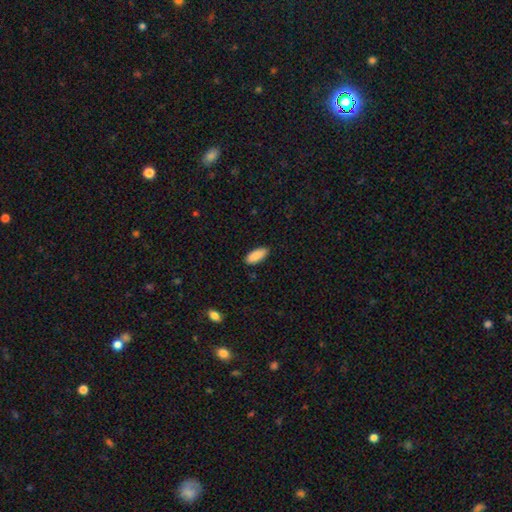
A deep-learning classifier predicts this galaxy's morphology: A smooth galaxy with no disk features (90%) that is in between round and cigar-shaped (84%).

Vote fractions:
- Smooth or featured? smooth: 90% / star or artifact: 6% / featured or disk: 4%
- How rounded? in between: 84% / cigar-shaped: 14% / round: 2%
- Merging? none: 86% / minor disturbance: 11% / major disturbance: 2% / merger: 1%